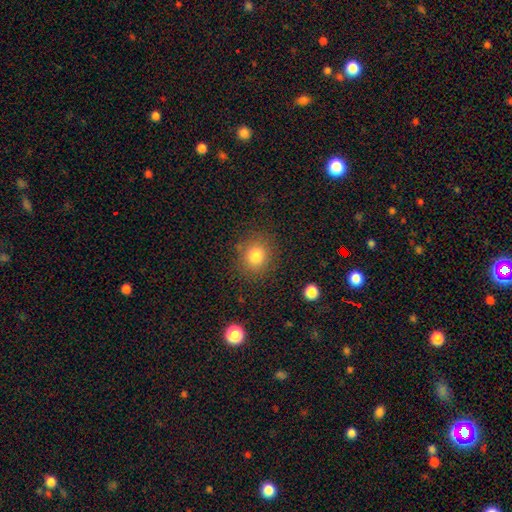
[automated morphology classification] Smooth or featured: smooth — 81% (star or artifact — 12%)
How rounded: round — 78% (in between — 22%)
Merging: none — 84% (minor disturbance — 10%)